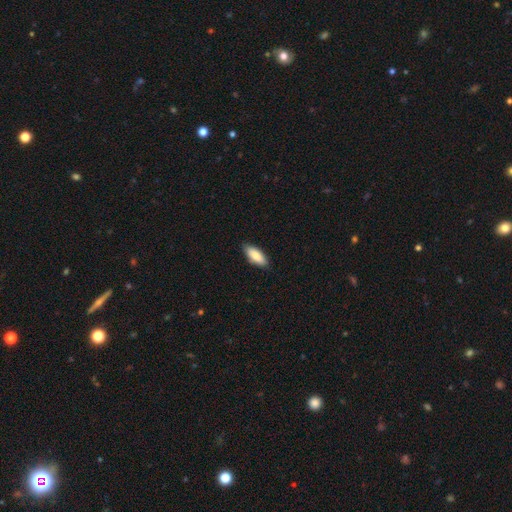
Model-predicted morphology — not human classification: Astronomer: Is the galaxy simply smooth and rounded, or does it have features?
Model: smooth — 84%.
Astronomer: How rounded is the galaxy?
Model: in between — 78%.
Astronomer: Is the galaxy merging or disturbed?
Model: none — 87%.